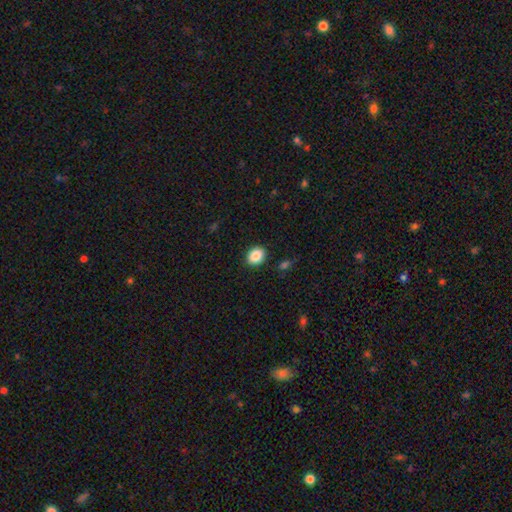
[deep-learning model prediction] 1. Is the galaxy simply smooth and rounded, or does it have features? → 87% smooth, 8% star or artifact, 4% featured or disk.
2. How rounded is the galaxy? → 54% in between, 45% round, 1% cigar-shaped.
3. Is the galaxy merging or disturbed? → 90% none, 7% minor disturbance, 2% major disturbance, 1% merger.